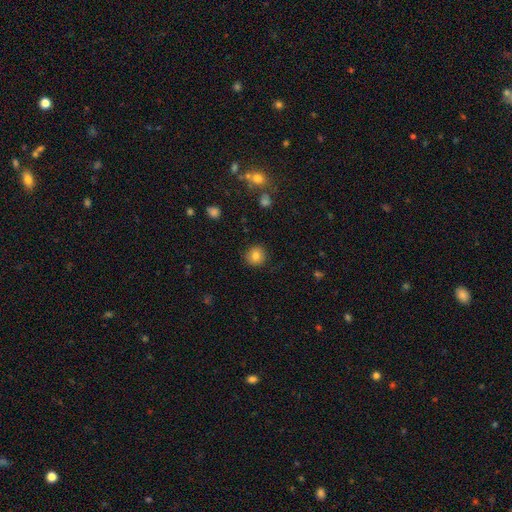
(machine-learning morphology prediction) Smooth or featured?
  - smooth: 82% *
  - star or artifact: 10%
  - featured or disk: 8%
How rounded?
  - round: 91% *
  - in between: 8%
  - cigar-shaped: 1%
Merging?
  - none: 89% *
  - minor disturbance: 7%
  - major disturbance: 2%
  - merger: 1%